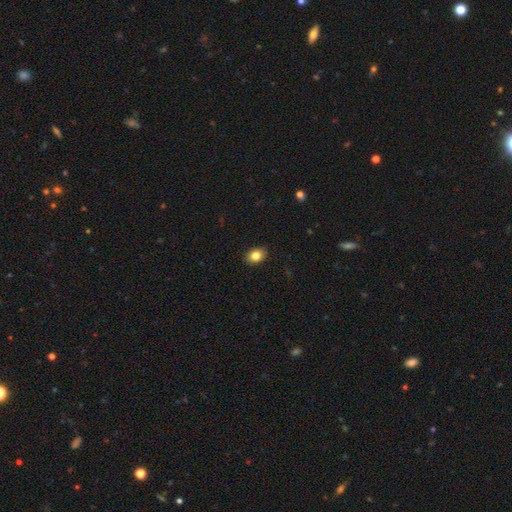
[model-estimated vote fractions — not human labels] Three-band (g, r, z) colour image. It shows a smooth galaxy with no disk features (83%) that is in between round and cigar-shaped (70%). Merging: none (89%).